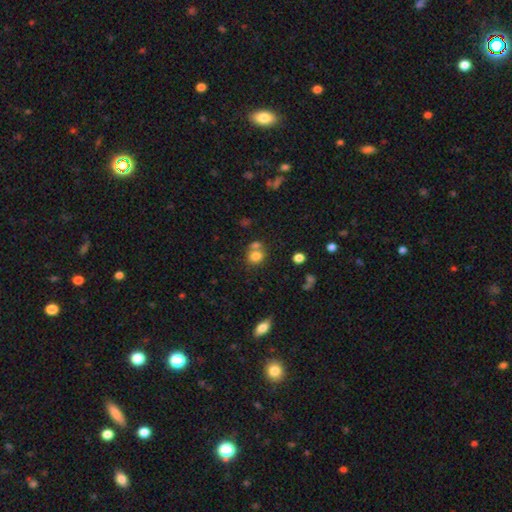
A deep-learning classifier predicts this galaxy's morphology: type=smooth (79%); roundness=round (67%); merging=none (49%).